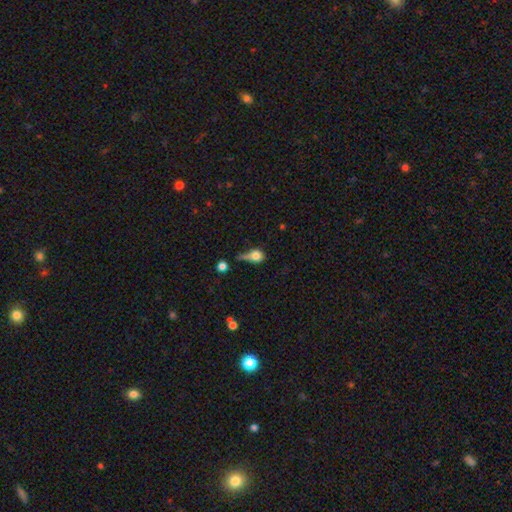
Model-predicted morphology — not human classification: Smooth or featured: smooth — 72% (featured or disk — 16%)
How rounded: round — 57% (in between — 37%)
Merging: none — 30% (major disturbance — 28%)